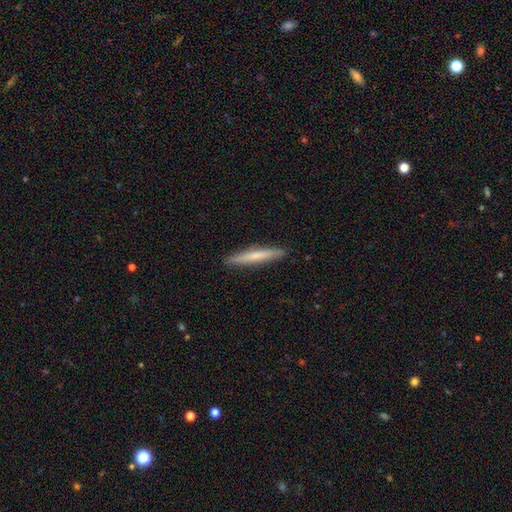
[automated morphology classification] A smooth galaxy with no disk features (62%) that is cigar-shaped (95%).

Vote fractions:
- Smooth or featured? smooth: 62% / featured or disk: 32% / star or artifact: 6%
- How rounded? cigar-shaped: 95% / in between: 4% / round: 1%
- Merging? none: 91% / minor disturbance: 6% / major disturbance: 1% / merger: 1%